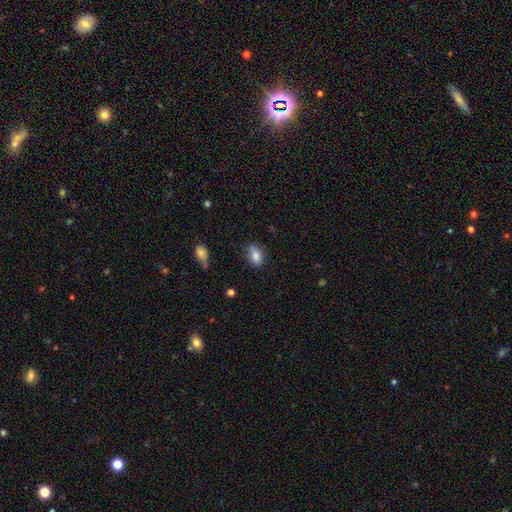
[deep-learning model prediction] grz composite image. It shows a smooth galaxy with no disk features (80%) that is in between round and cigar-shaped (84%). Merging: none (67%).